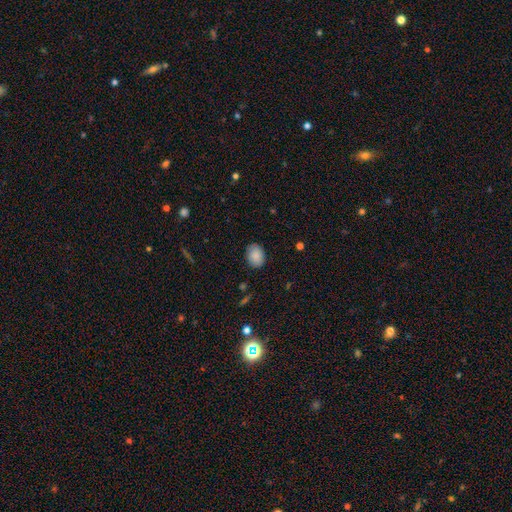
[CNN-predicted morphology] smooth_or_featured: smooth (p=0.87) [alt: star or artifact p=0.08]
how_rounded: in between (p=0.68) [alt: round p=0.32]
merging: none (p=0.86) [alt: minor disturbance p=0.11]